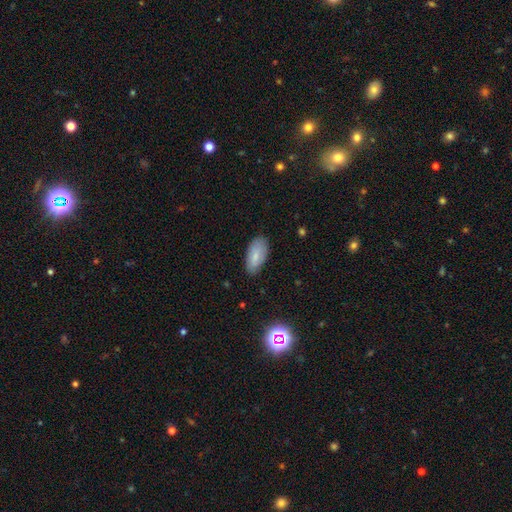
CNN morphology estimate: Smooth or featured? Predicted: smooth (p=0.77). How rounded? Predicted: in between (p=0.91). Merging? Predicted: none (p=0.81).